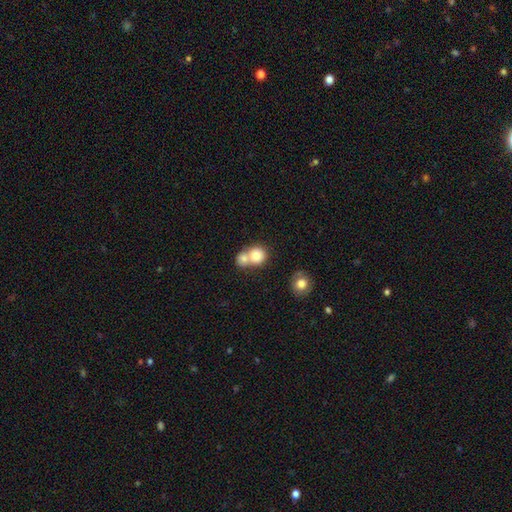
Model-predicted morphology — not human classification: smooth 79%, featured or disk 12%, star or artifact 9%. Down the decision tree: how rounded — round (81%); merging — merger (61%).